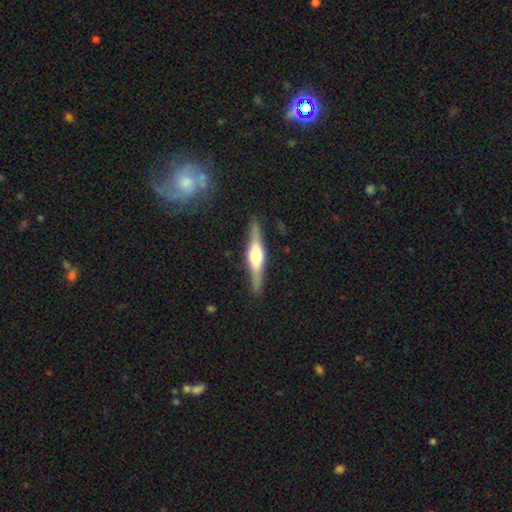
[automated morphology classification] Smooth or featured: featured or disk — 72% (smooth — 23%)
Edge-on disk: yes — 97% (no — 3%)
Edge-on bulge: rounded — 86% (boxy — 11%)
Merging: none — 88% (minor disturbance — 9%)